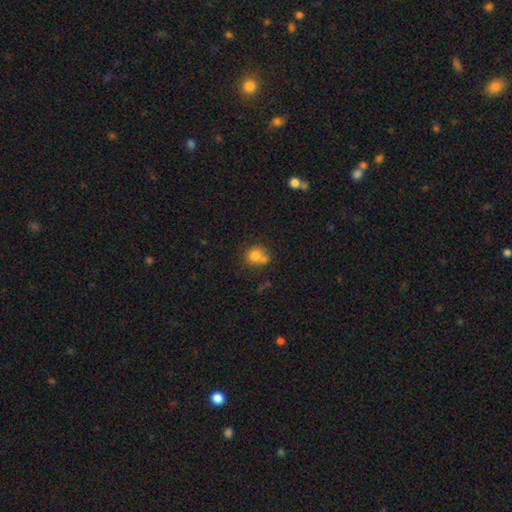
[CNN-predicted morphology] This appears to be a smooth galaxy with no disk features (76%) that is round (72%). Merging: none (45%).